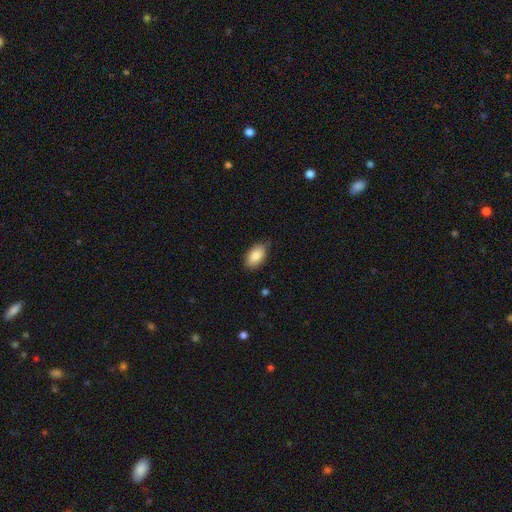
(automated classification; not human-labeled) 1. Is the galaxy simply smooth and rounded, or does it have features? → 86% smooth, 7% featured or disk, 7% star or artifact.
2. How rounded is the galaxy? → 93% in between, 6% round, 2% cigar-shaped.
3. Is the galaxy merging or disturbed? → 79% none, 17% minor disturbance, 3% major disturbance, 1% merger.